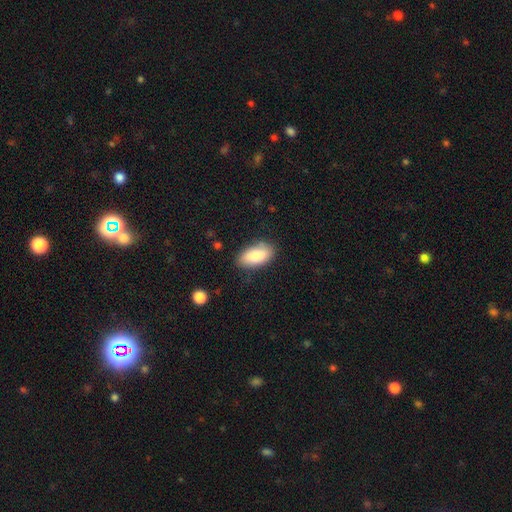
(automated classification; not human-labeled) Smooth or featured? Predicted: smooth (p=0.83). How rounded? Predicted: in between (p=0.93). Merging? Predicted: none (p=0.79).